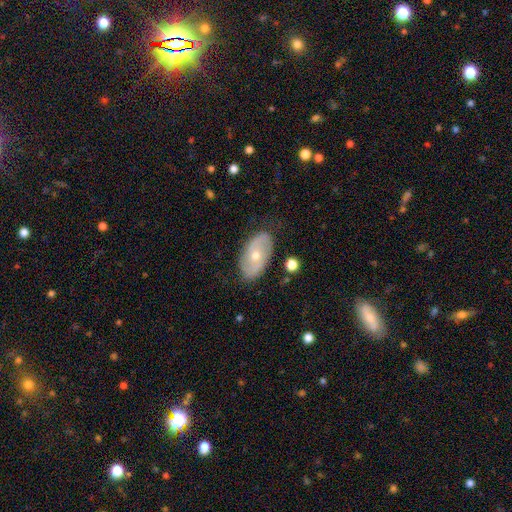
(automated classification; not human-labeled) The model was most divided on "bulge size": small: 51%, moderate: 47%, large: 1%, none: 1%, dominant: 1%. More confident: edge-on disk — no (91%); merging — none (80%); bar — no (74%); spiral arms — yes (64%); smooth or featured — featured or disk (61%).